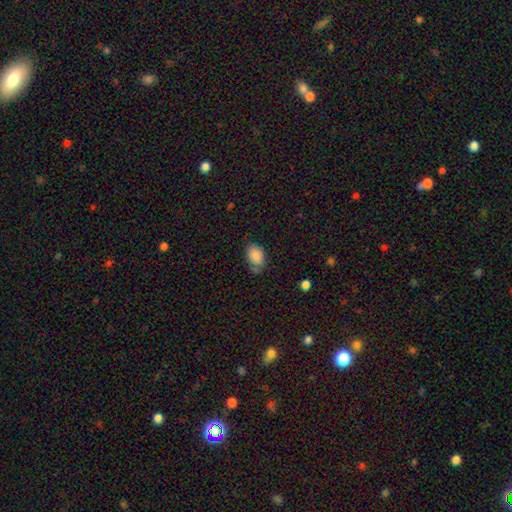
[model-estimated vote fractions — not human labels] Overall: smooth (85%). How rounded: in between (84%). Merging: none (58%; minor disturbance 29%).